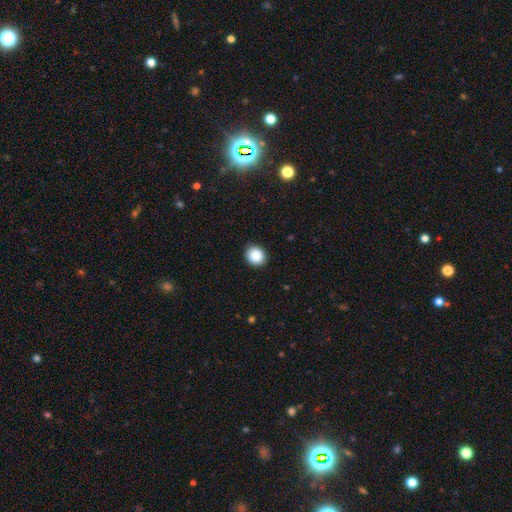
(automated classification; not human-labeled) Morphology: type=smooth (87%); roundness=round (77%); merging=none (92%).